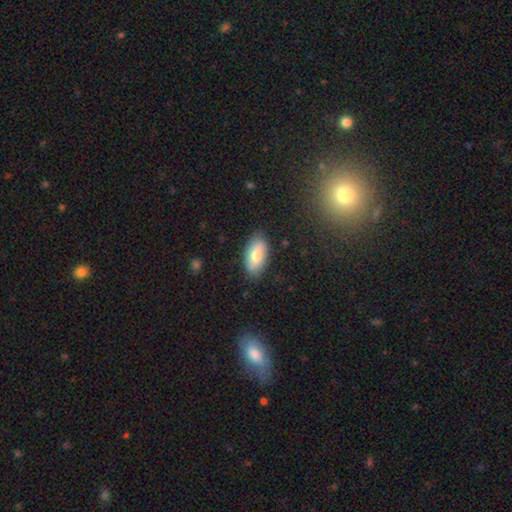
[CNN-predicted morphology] smooth-or-featured: smooth: 70% | featured or disk: 23% | star or artifact: 7%
  how-rounded: in between: 93% | cigar-shaped: 4% | round: 3%
  merging: none: 82% | minor disturbance: 14% | major disturbance: 3% | merger: 1%